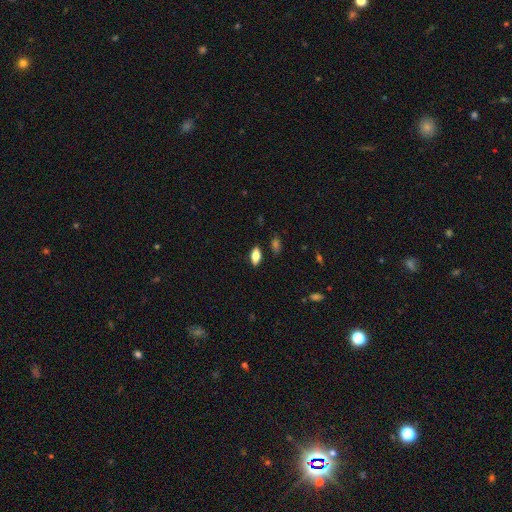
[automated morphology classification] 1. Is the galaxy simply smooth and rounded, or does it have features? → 81% smooth, 12% featured or disk, 8% star or artifact.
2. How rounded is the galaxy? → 88% in between, 9% cigar-shaped, 3% round.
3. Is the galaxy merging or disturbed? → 86% none, 10% minor disturbance, 2% major disturbance, 2% merger.